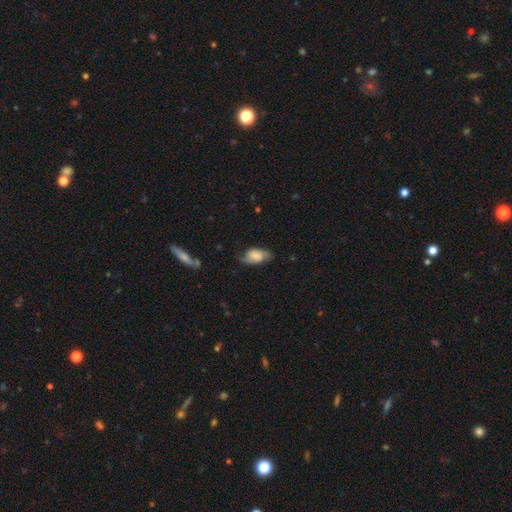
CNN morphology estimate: smooth 63%, featured or disk 28%, star or artifact 8%. Down the decision tree: how rounded — in between (91%); merging — none (60%).